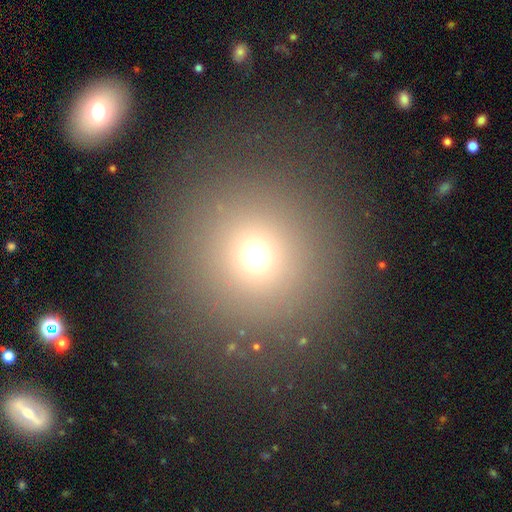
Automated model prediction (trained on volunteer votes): Smooth or featured?
  - smooth: 69% *
  - star or artifact: 22%
  - featured or disk: 9%
How rounded?
  - round: 95% *
  - in between: 4%
  - cigar-shaped: 1%
Merging?
  - none: 88% *
  - minor disturbance: 6%
  - major disturbance: 4%
  - merger: 2%